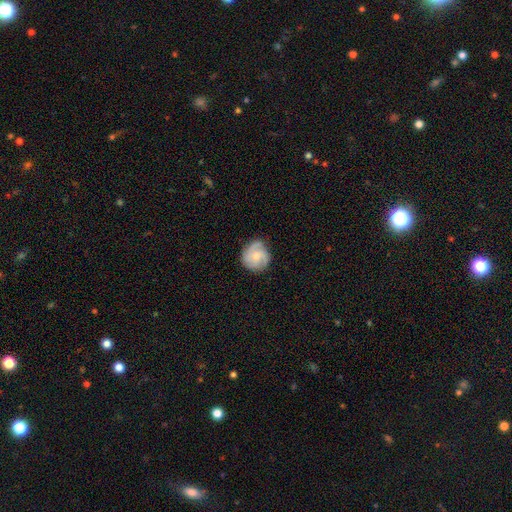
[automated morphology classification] This is possibly a featured or disk galaxy (58%). It is clearly not viewed edge-on (98%). Bar: likely no (75%). Spiral arm pattern: clearly yes (92%). Spiral arm count: possibly 3 (52%). Spiral winding: possibly tight (50%). Central bulge: possibly small (50%). Merging: likely none (75%).